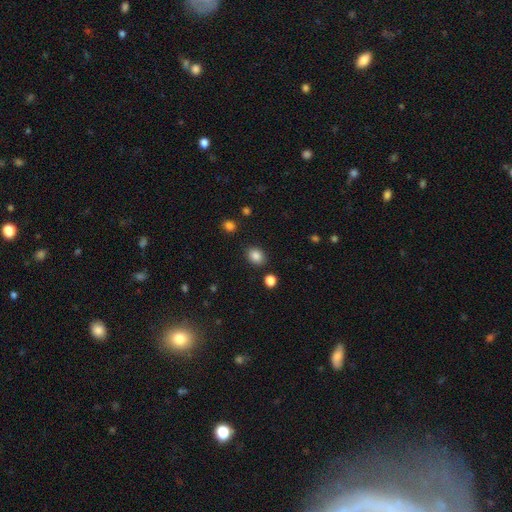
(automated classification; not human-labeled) Morphology: type=smooth (86%); roundness=in between (55%); merging=none (85%).